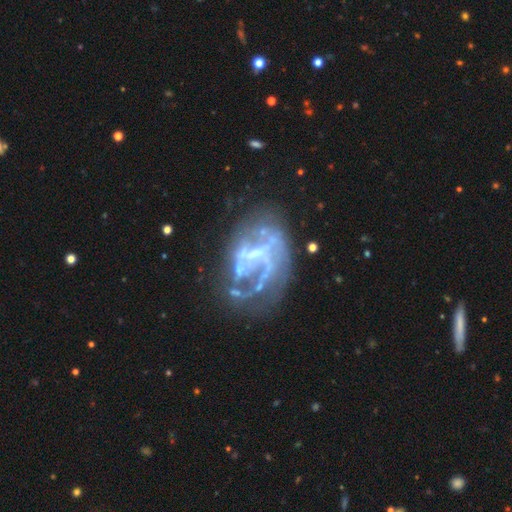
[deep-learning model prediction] Q: Smooth or featured?
A: featured or disk (82%); runner-up: star or artifact (10%)
Q: Edge-on disk?
A: no (98%); runner-up: yes (2%)
Q: Bar?
A: weak (41%); runner-up: no (40%)
Q: Spiral arms?
A: yes (66%); runner-up: no (34%)
Q: Spiral winding?
A: loose (38%); tied with: medium (38%)
Q: Spiral arm count?
A: can't tell (38%); runner-up: 2 (24%)
Q: Bulge size?
A: small (49%); runner-up: none (28%)
Q: Merging?
A: none (38%); runner-up: major disturbance (36%)